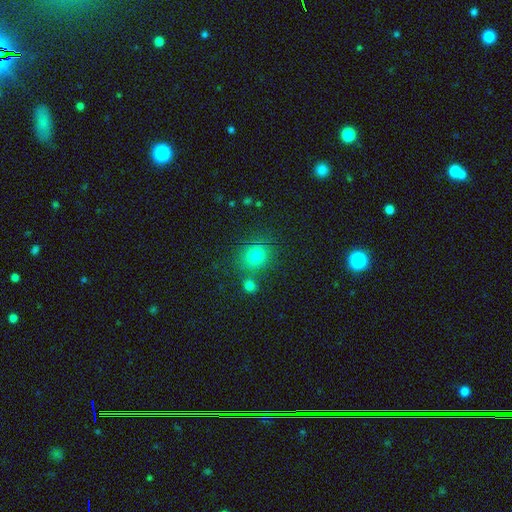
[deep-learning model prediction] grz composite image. It shows a smooth galaxy with no disk features (79%) that is round (73%). Merging: none (74%).